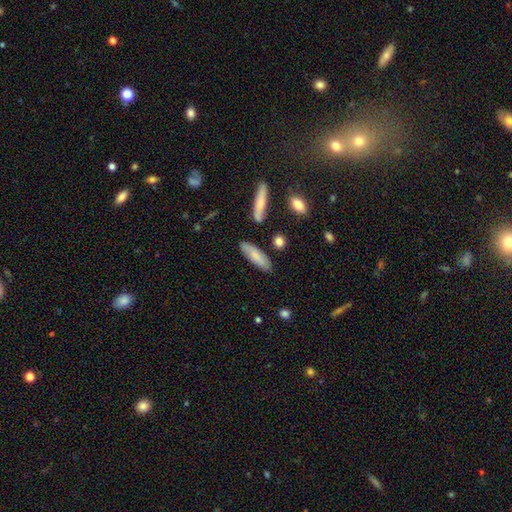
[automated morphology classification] Smooth or featured? Predicted: smooth (p=0.77). How rounded? Predicted: in between (p=0.54). Merging? Predicted: none (p=0.80).